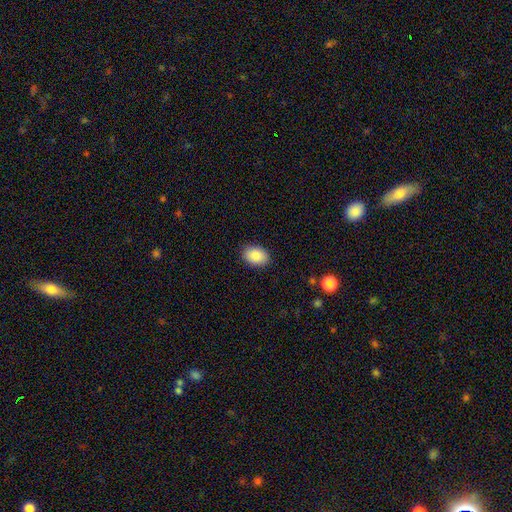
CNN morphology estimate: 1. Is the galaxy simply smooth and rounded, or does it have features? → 88% smooth, 7% star or artifact, 5% featured or disk.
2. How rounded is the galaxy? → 81% in between, 18% round, 1% cigar-shaped.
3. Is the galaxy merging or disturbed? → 89% none, 8% minor disturbance, 2% major disturbance, 1% merger.